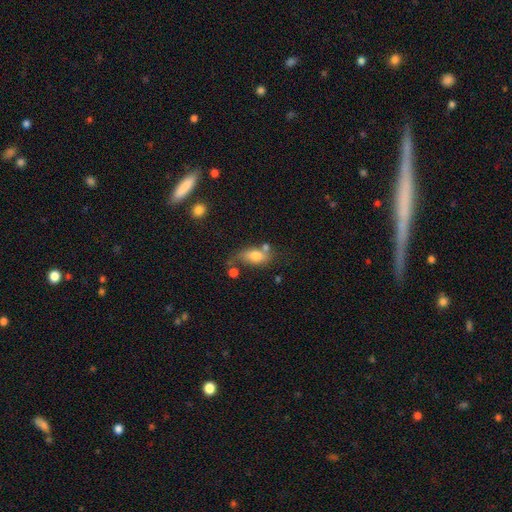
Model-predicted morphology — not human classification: A smooth galaxy with no disk features (69%) that is in between round and cigar-shaped (85%).

Vote fractions:
- Smooth or featured? smooth: 69% / featured or disk: 22% / star or artifact: 9%
- How rounded? in between: 85% / round: 10% / cigar-shaped: 5%
- Merging? none: 41% / minor disturbance: 22% / merger: 22% / major disturbance: 15%